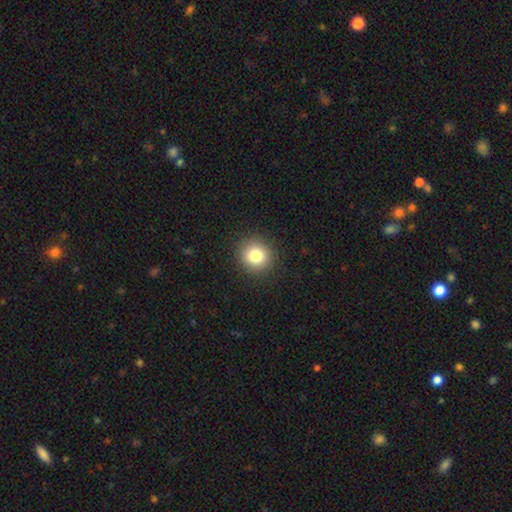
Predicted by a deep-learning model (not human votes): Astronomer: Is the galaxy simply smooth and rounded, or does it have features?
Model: smooth — 82%.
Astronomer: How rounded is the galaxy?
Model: round — 89%.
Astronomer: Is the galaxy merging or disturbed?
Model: none — 91%.